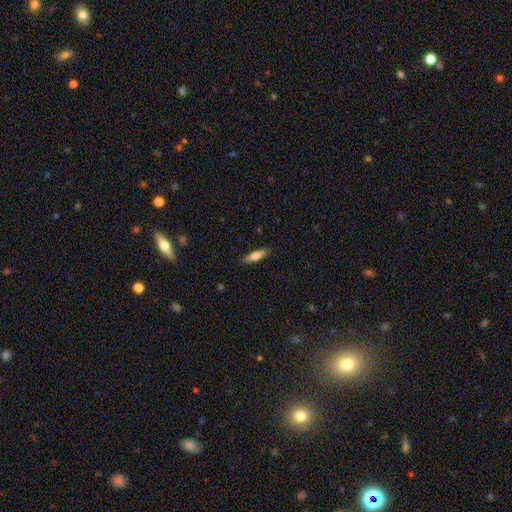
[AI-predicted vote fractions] A smooth galaxy with no disk features (71%) that is cigar-shaped (62%).

Vote fractions:
- Smooth or featured? smooth: 71% / featured or disk: 23% / star or artifact: 6%
- How rounded? cigar-shaped: 62% / in between: 36% / round: 2%
- Merging? none: 87% / minor disturbance: 10% / major disturbance: 2% / merger: 1%